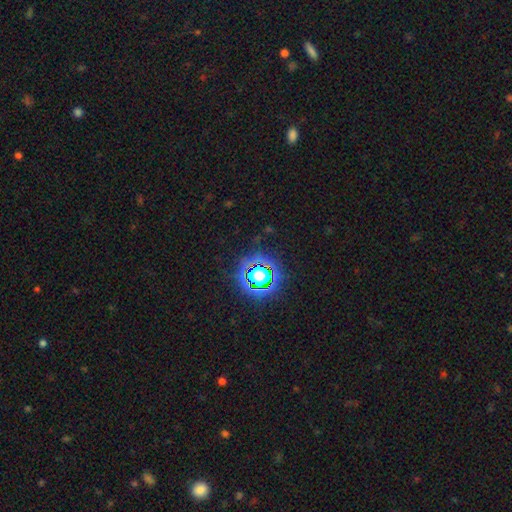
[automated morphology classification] This is clearly a star or artifact rather than a galaxy (82%).